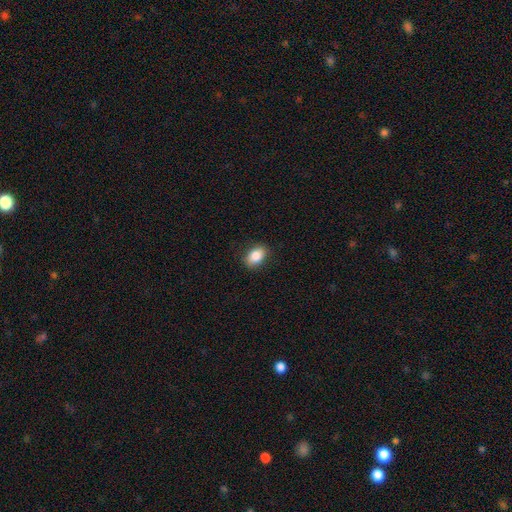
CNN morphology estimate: Smooth or featured? Predicted: smooth (p=0.85). How rounded? Predicted: in between (p=0.83). Merging? Predicted: none (p=0.86).